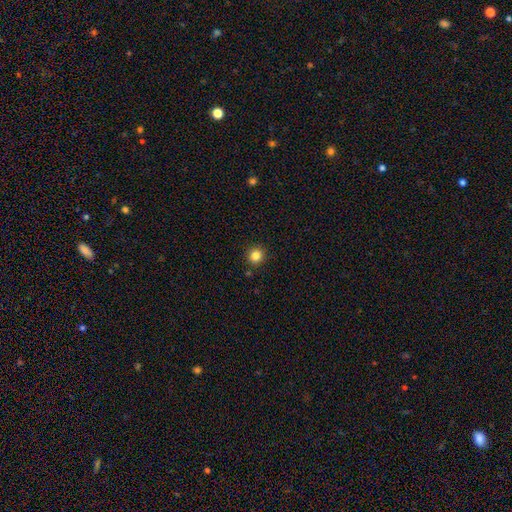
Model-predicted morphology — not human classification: A smooth galaxy with no disk features (84%) that is round (95%).

Vote fractions:
- Smooth or featured? smooth: 84% / star or artifact: 12% / featured or disk: 5%
- How rounded? round: 95% / in between: 5% / cigar-shaped: 1%
- Merging? none: 91% / minor disturbance: 5% / merger: 2% / major disturbance: 2%